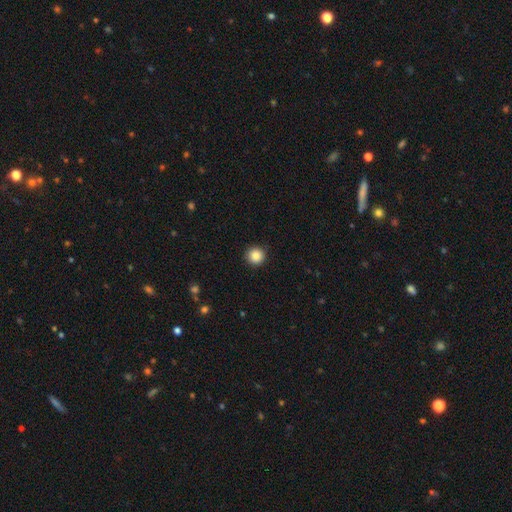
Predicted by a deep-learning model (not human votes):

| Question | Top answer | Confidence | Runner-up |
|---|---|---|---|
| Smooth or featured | smooth | 86% | star or artifact (10%) |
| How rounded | round | 96% | in between (3%) |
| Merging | none | 93% | minor disturbance (5%) |